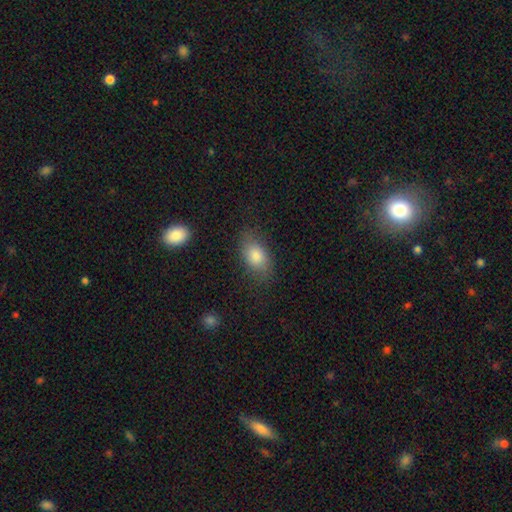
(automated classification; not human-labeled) Smooth or featured? Predicted: smooth (p=0.80). How rounded? Predicted: in between (p=0.87). Merging? Predicted: none (p=0.73).